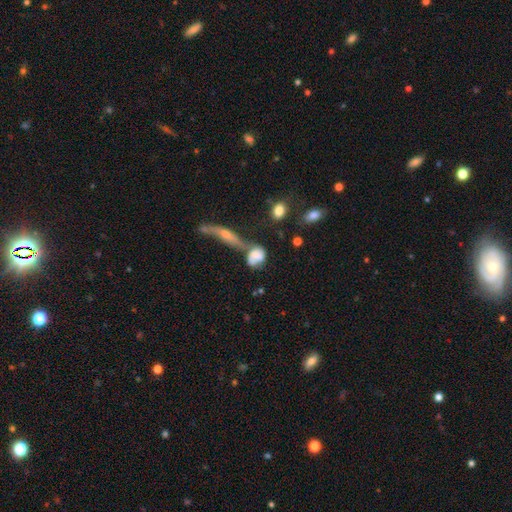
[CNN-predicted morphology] Smooth or featured? smooth (62%)
How rounded? in between (52%)
Merging? merger (45%)